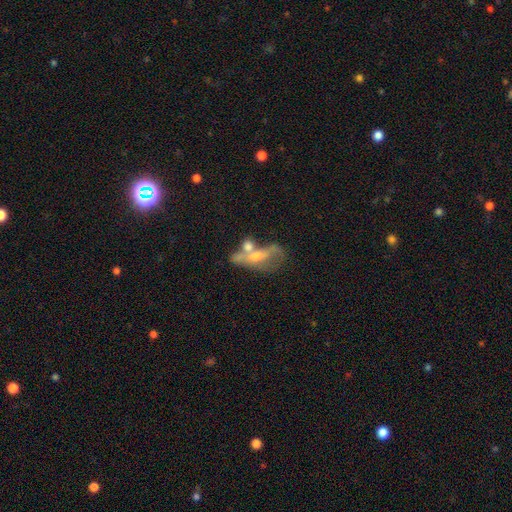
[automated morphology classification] A featured or disk galaxy (57%). Merging: merger (46%).